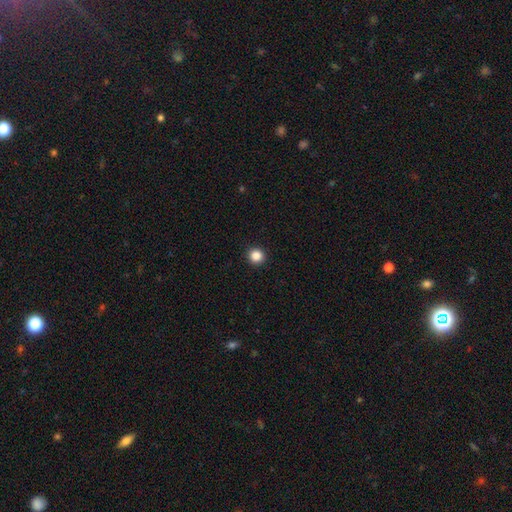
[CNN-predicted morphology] This appears to be a smooth galaxy with no disk features (86%) that is round (95%). Merging: none (93%).